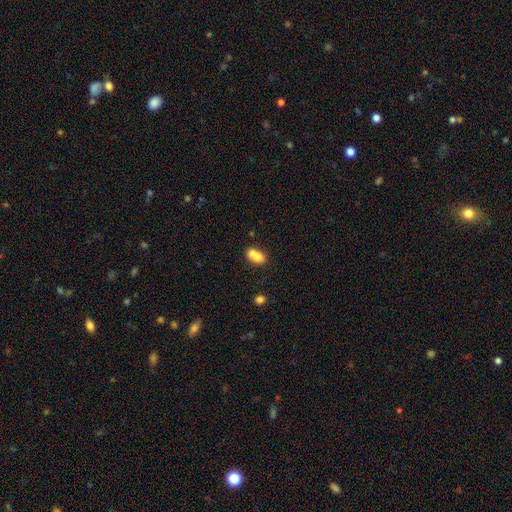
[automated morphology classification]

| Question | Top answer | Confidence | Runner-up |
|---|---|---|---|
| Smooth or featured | smooth | 74% | featured or disk (16%) |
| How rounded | in between | 71% | round (27%) |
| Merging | merger | 57% | none (29%) |